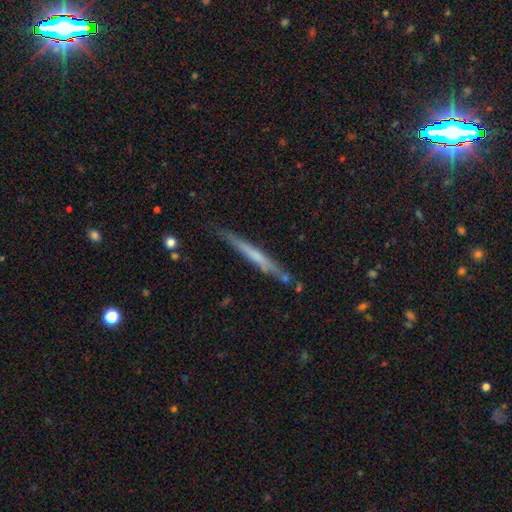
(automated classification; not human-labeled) A featured or disk galaxy (50%) viewed edge-on (96%).

Vote fractions:
- Smooth or featured? featured or disk: 50% / smooth: 44% / star or artifact: 6%
- Edge-on disk? yes: 96% / no: 4%
- Merging? none: 81% / minor disturbance: 13% / merger: 3% / major disturbance: 2%